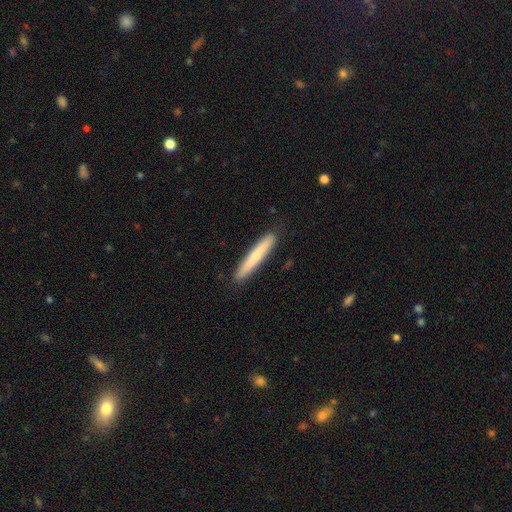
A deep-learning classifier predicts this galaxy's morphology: Smooth or featured? smooth (70%)
How rounded? cigar-shaped (95%)
Merging? none (89%)